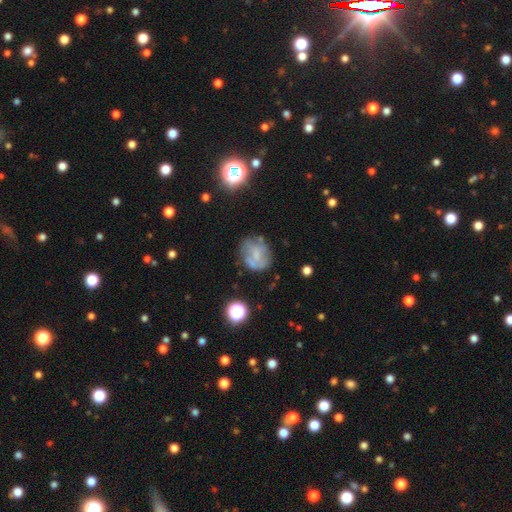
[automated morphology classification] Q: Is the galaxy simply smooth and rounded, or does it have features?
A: smooth — 44%.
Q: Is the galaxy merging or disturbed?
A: none — 55%.